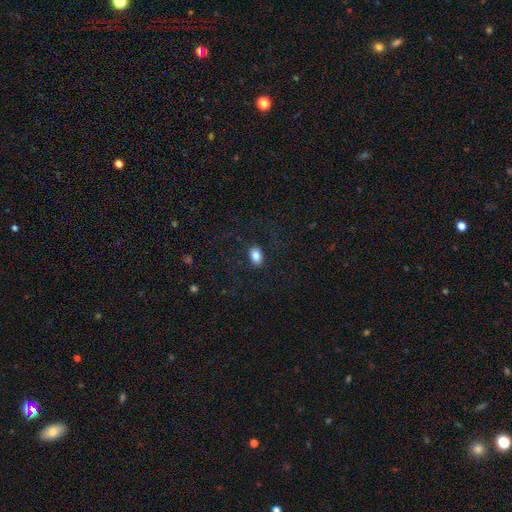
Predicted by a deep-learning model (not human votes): smooth 84%, star or artifact 9%, featured or disk 6%. Down the decision tree: how rounded — in between (81%); merging — none (85%).